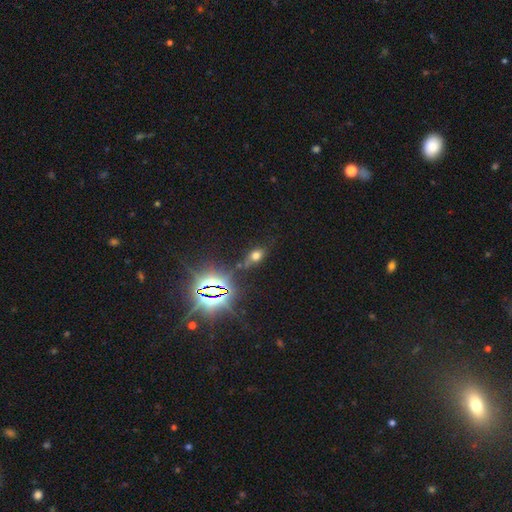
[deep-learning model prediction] Smooth or featured?
  - smooth: 53% *
  - star or artifact: 36%
  - featured or disk: 11%
How rounded?
  - in between: 72% *
  - round: 22%
  - cigar-shaped: 5%
Merging?
  - none: 66% *
  - minor disturbance: 19%
  - major disturbance: 8%
  - merger: 7%